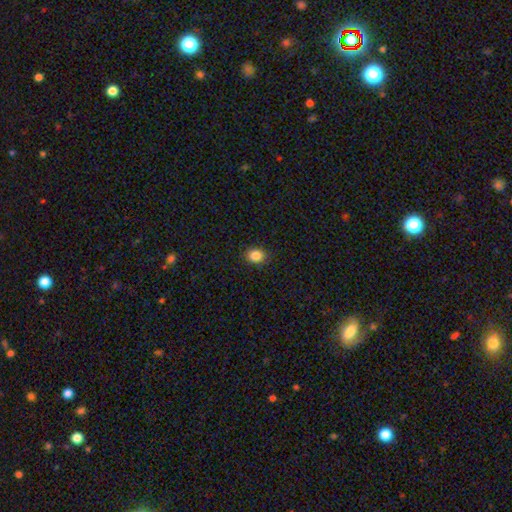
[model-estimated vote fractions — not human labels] Q: Smooth or featured?
A: smooth (85%); runner-up: star or artifact (10%)
Q: How rounded?
A: round (57%); runner-up: in between (42%)
Q: Merging?
A: none (89%); runner-up: minor disturbance (8%)